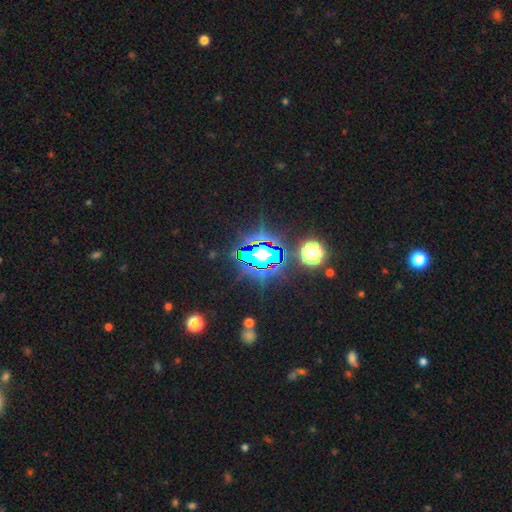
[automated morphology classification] smooth_or_featured: star or artifact (p=0.78) [alt: smooth p=0.13]